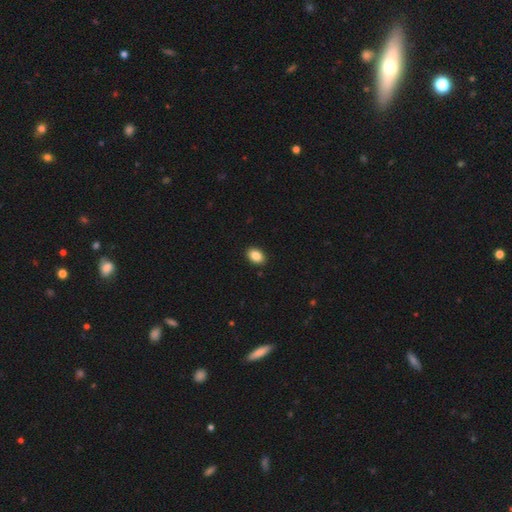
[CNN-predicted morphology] This is clearly a smooth galaxy (87%). How rounded: clearly in between (82%). Merging: clearly none (91%).